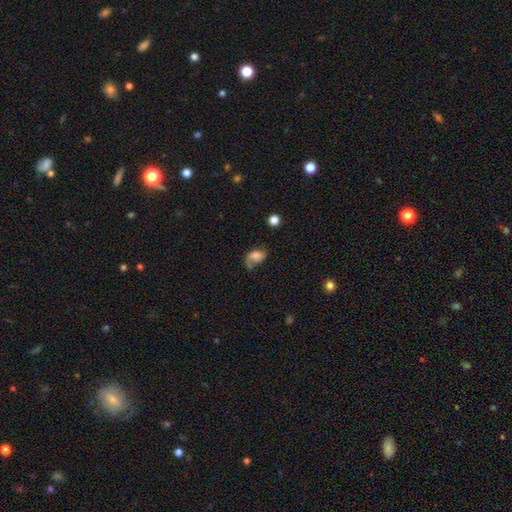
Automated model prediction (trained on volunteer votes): smooth 67%, featured or disk 23%, star or artifact 10%. Down the decision tree: how rounded — in between (86%); merging — none (37%).